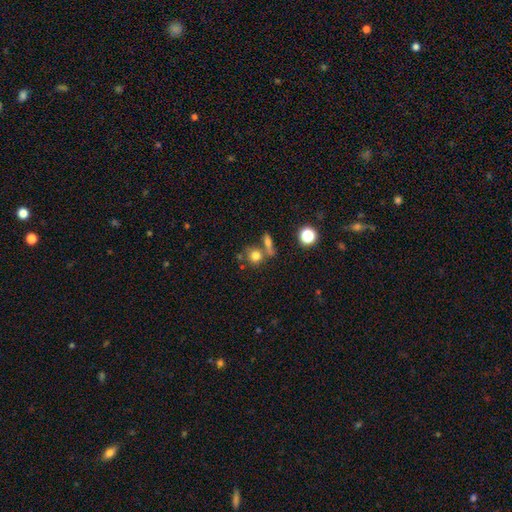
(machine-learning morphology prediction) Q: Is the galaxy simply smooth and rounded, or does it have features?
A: smooth — 75%.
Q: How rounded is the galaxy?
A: round — 79%.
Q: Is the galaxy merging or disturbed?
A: none — 56%.